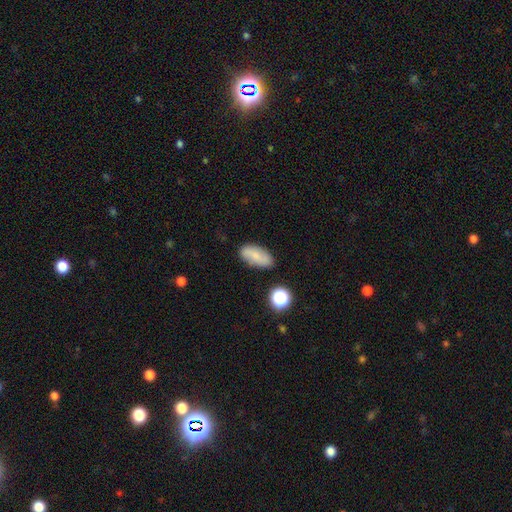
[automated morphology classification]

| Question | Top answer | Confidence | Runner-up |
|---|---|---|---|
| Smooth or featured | smooth | 68% | featured or disk (23%) |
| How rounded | in between | 87% | cigar-shaped (8%) |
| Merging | none | 80% | minor disturbance (14%) |